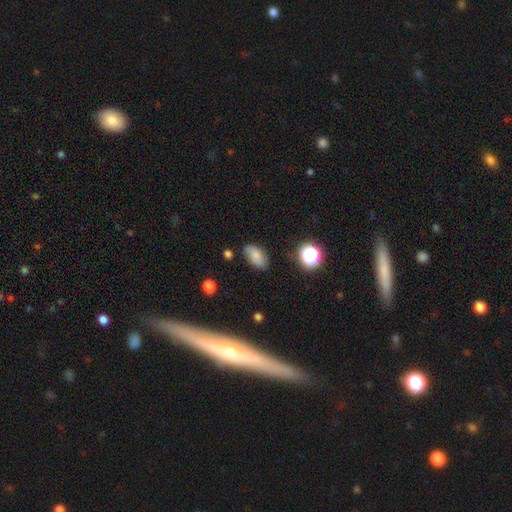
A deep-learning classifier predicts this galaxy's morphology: Smooth or featured? smooth (75%)
How rounded? in between (91%)
Merging? none (76%)